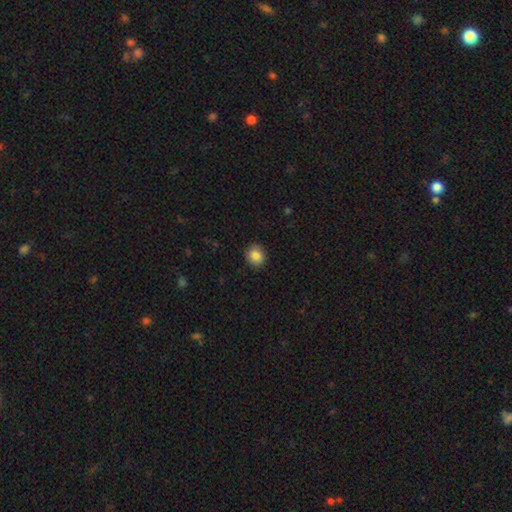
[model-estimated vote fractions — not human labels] A smooth galaxy with no disk features (86%) that is round (77%). Merging: none (89%).